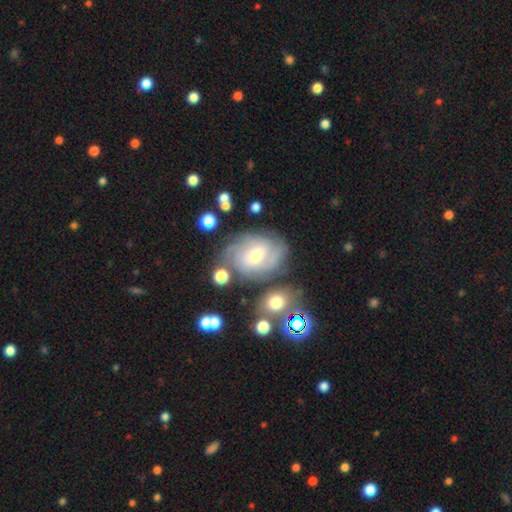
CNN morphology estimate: smooth_or_featured: featured or disk (p=0.73) [alt: smooth p=0.18]
disk_edge_on: no (p=0.96) [alt: yes p=0.04]
bar: weak (p=0.49) [alt: no p=0.40]
has_spiral_arms: yes (p=0.89) [alt: no p=0.11]
spiral_winding: tight (p=0.60) [alt: medium p=0.31]
spiral_arm_count: can't tell (p=0.44) [alt: 2 p=0.20]
bulge_size: moderate (p=0.53) [alt: small p=0.41]
merging: none (p=0.68) [alt: minor disturbance p=0.18]